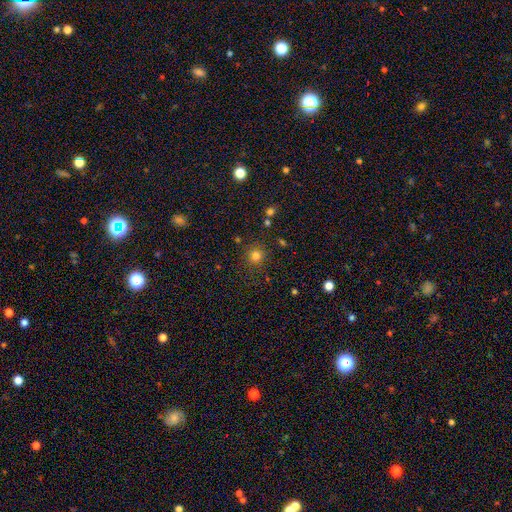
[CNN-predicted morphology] smooth 78%, star or artifact 17%, featured or disk 6%. Down the decision tree: how rounded — round (90%); merging — none (83%).